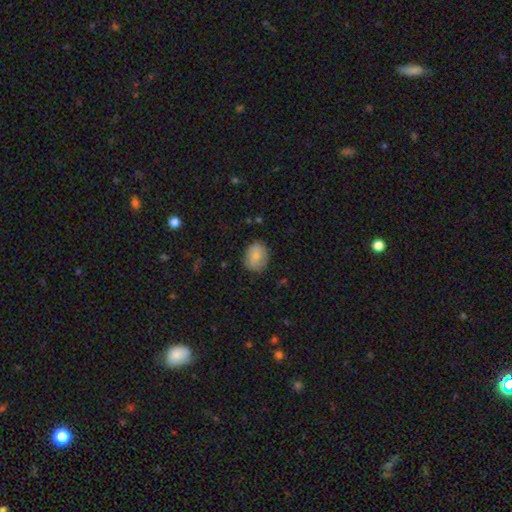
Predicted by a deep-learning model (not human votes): The model was most divided on "how rounded": in between: 52%, round: 47%, cigar-shaped: 1%. More confident: merging — none (80%); smooth or featured — smooth (80%).